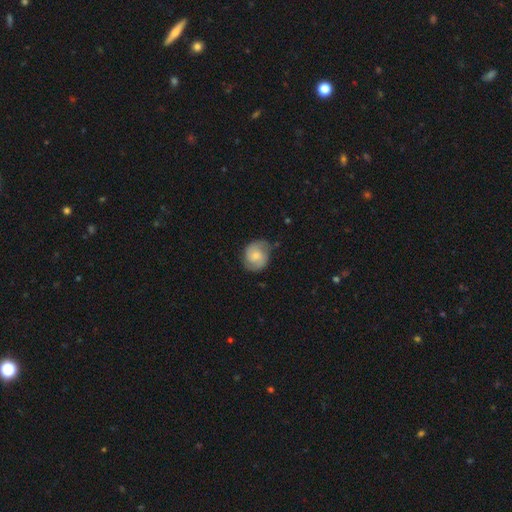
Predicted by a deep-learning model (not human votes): smooth-or-featured: featured or disk: 55% | smooth: 38% | star or artifact: 7%
  disk-edge-on: no: 98% | yes: 2%
    bar: no: 66% | weak: 30% | strong: 5%
    has-spiral-arms: yes: 89% | no: 11%
    bulge-size: small: 49% | moderate: 41% | none: 6% | large: 3% | dominant: 1%
  merging: none: 70% | minor disturbance: 23% | major disturbance: 6% | merger: 2%